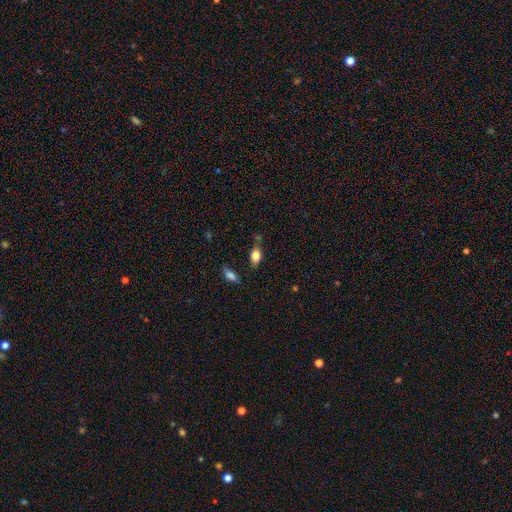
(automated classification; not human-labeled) Smooth or featured?
  - smooth: 81% *
  - featured or disk: 10%
  - star or artifact: 9%
How rounded?
  - in between: 85% *
  - round: 10%
  - cigar-shaped: 5%
Merging?
  - none: 68% *
  - minor disturbance: 19%
  - merger: 7%
  - major disturbance: 5%